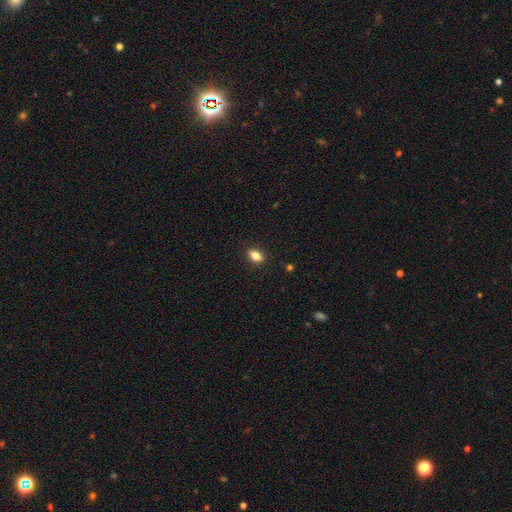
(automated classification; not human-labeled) This appears to be a smooth galaxy with no disk features (83%) that is in between round and cigar-shaped (84%). Merging: none (89%).